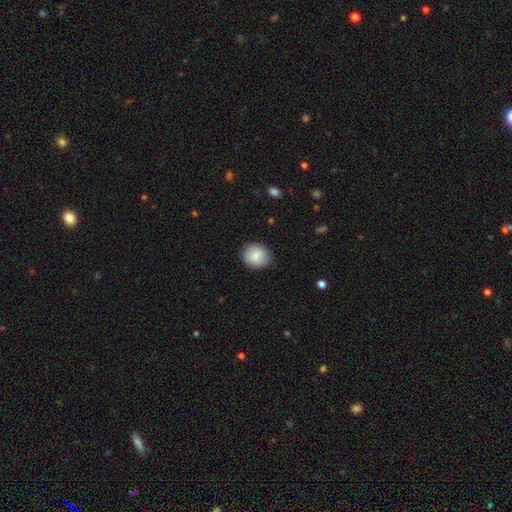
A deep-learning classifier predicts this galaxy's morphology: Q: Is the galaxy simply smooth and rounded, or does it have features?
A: smooth — 87%.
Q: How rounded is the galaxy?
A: round — 85%.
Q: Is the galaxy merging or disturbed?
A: none — 87%.